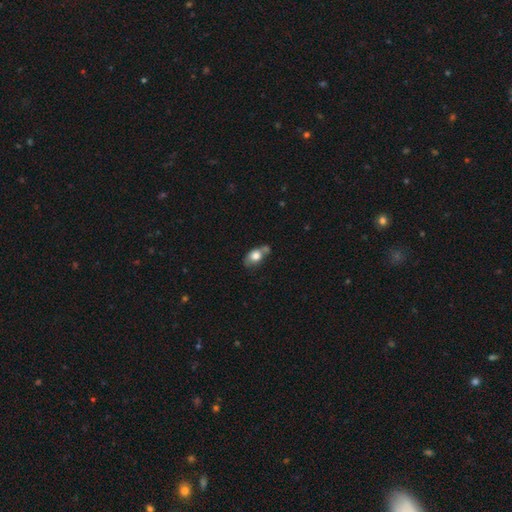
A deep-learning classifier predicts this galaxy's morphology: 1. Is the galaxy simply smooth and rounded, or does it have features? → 71% smooth, 22% featured or disk, 8% star or artifact.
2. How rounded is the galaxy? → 72% in between, 24% round, 4% cigar-shaped.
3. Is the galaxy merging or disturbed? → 38% none, 26% merger, 25% minor disturbance, 10% major disturbance.